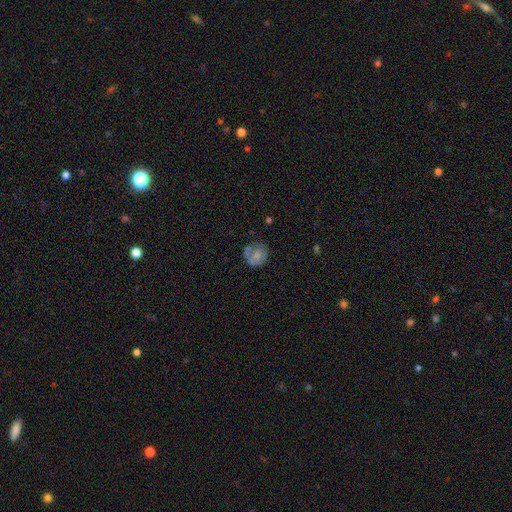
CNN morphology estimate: This is possibly a smooth galaxy (58%). How rounded: likely round (80%). Merging: possibly none (55%).